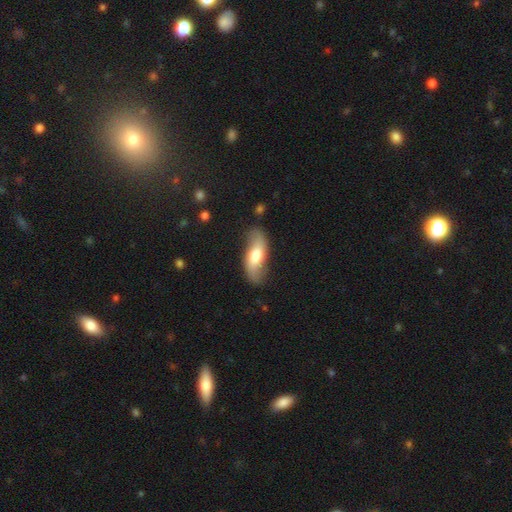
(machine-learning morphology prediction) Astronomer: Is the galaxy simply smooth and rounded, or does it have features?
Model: smooth — 53% (runner-up: featured or disk, 41%).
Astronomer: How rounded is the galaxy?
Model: in between — 73%.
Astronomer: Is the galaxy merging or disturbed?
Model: none — 75%.